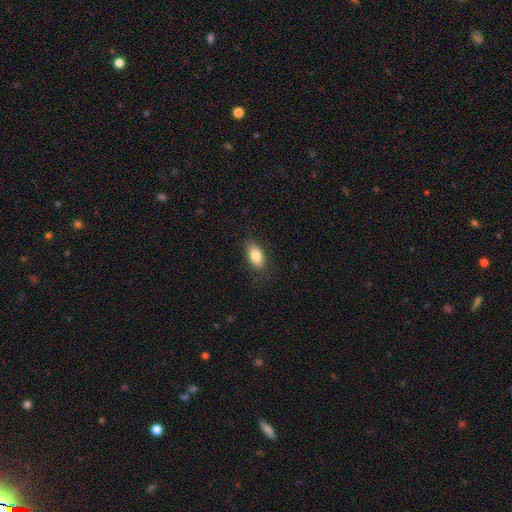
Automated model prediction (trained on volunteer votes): A smooth galaxy with no disk features (84%) that is in between round and cigar-shaped (90%).

Vote fractions:
- Smooth or featured? smooth: 84% / featured or disk: 9% / star or artifact: 7%
- How rounded? in between: 90% / round: 6% / cigar-shaped: 5%
- Merging? none: 83% / minor disturbance: 12% / major disturbance: 3% / merger: 1%